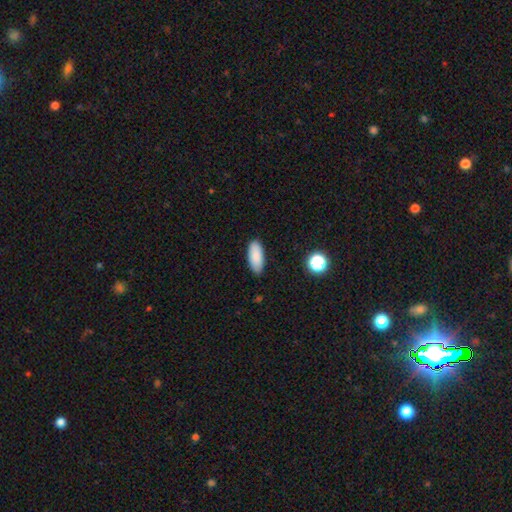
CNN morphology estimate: smooth-or-featured: smooth: 87% | star or artifact: 7% | featured or disk: 6%
  how-rounded: in between: 85% | cigar-shaped: 13% | round: 2%
  merging: none: 87% | minor disturbance: 10% | major disturbance: 2% | merger: 1%